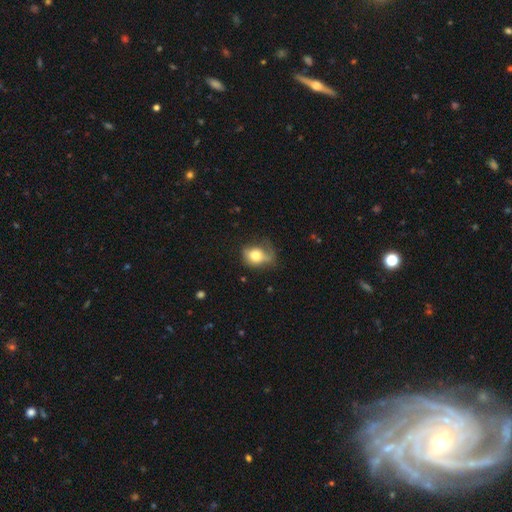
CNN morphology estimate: type=smooth (69%); roundness=in between (54%); merging=none (36%).